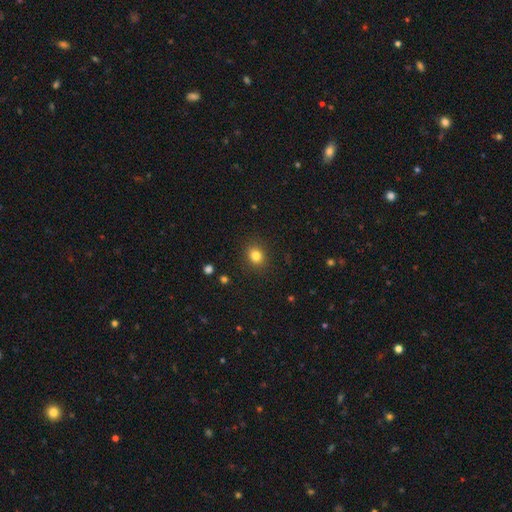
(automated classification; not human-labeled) The model was most divided on "how rounded": round: 68%, in between: 31%, cigar-shaped: 1%. More confident: merging — none (89%); smooth or featured — smooth (82%).